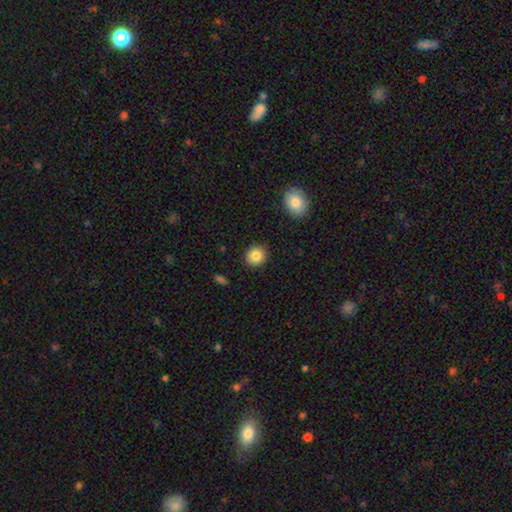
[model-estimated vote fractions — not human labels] Smooth or featured? smooth (85%)
How rounded? round (84%)
Merging? none (90%)